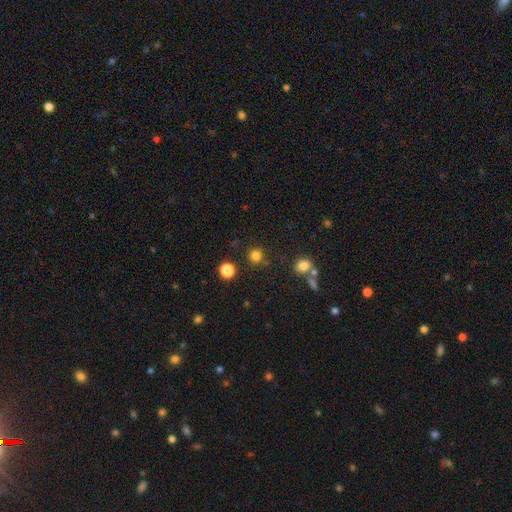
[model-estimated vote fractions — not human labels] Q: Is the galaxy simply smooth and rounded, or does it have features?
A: smooth — 81%.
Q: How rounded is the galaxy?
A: round — 93%.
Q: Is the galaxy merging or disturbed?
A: none — 86%.